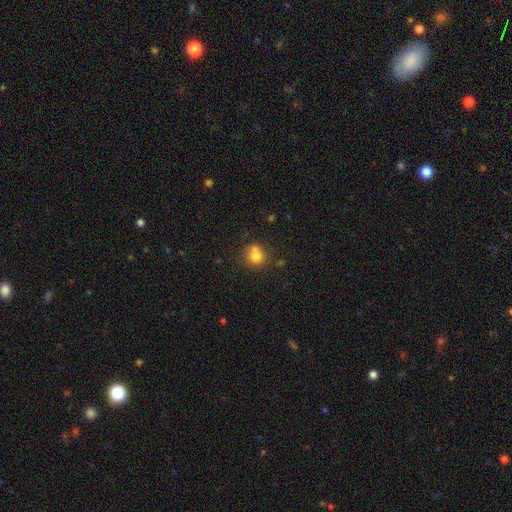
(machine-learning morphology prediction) Smooth or featured: smooth — 74% (featured or disk — 13%)
How rounded: round — 80% (in between — 19%)
Merging: none — 47% (merger — 36%)